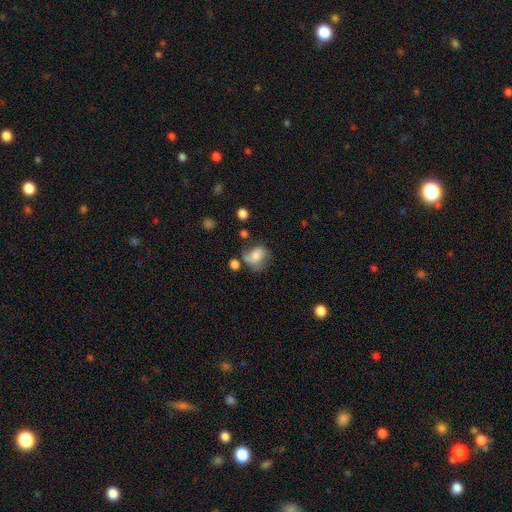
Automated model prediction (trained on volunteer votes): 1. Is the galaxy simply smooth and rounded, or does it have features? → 52% smooth, 38% featured or disk, 10% star or artifact.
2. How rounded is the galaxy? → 54% in between, 44% round, 1% cigar-shaped.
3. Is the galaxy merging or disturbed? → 38% none, 26% minor disturbance, 24% major disturbance, 13% merger.